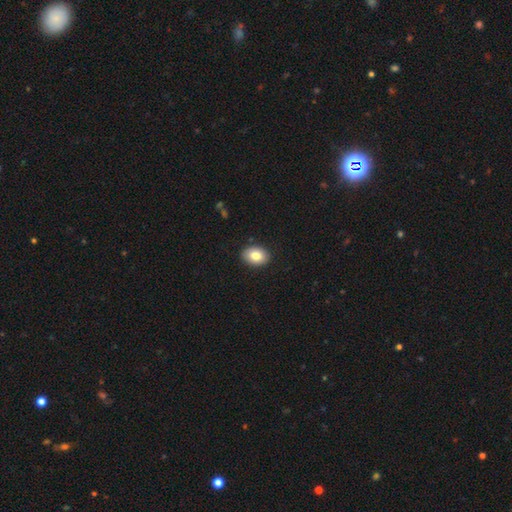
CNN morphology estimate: Q: Smooth or featured?
A: smooth (83%); runner-up: featured or disk (9%)
Q: How rounded?
A: in between (75%); runner-up: round (24%)
Q: Merging?
A: none (89%); runner-up: minor disturbance (8%)